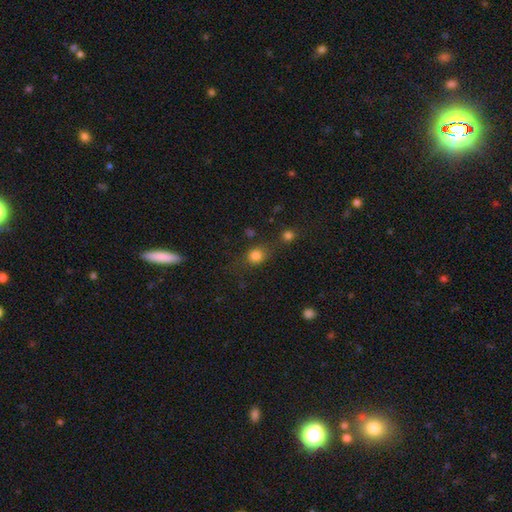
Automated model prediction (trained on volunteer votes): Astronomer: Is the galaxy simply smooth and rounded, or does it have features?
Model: smooth — 80%.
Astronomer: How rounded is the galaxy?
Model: round — 76%.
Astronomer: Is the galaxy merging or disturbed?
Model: none — 65%.